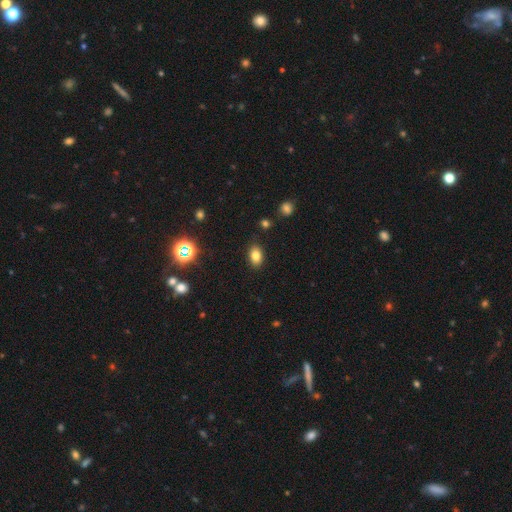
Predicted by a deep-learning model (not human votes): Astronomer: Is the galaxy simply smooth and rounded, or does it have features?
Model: smooth — 80%.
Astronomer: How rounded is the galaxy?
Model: in between — 83%.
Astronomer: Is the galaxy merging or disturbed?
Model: none — 86%.